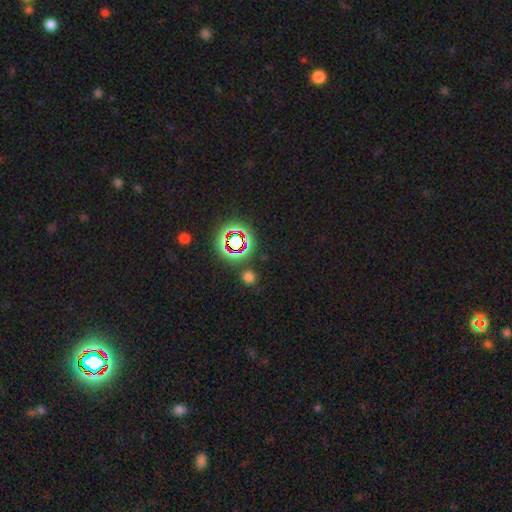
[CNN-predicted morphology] This is likely a star or artifact rather than a galaxy (72%).